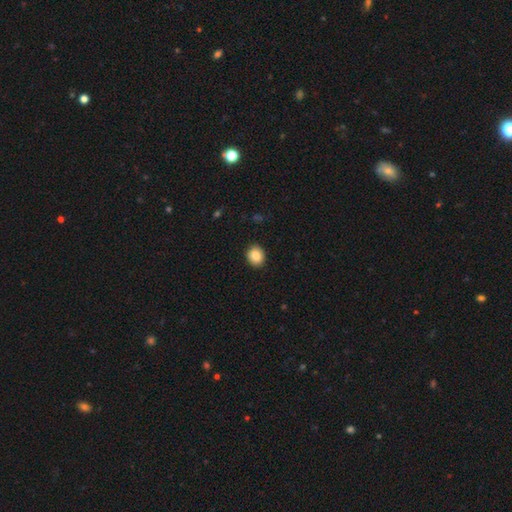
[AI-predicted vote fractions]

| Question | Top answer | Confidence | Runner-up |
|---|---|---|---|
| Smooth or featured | smooth | 86% | star or artifact (8%) |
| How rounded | round | 66% | in between (33%) |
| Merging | none | 91% | minor disturbance (7%) |